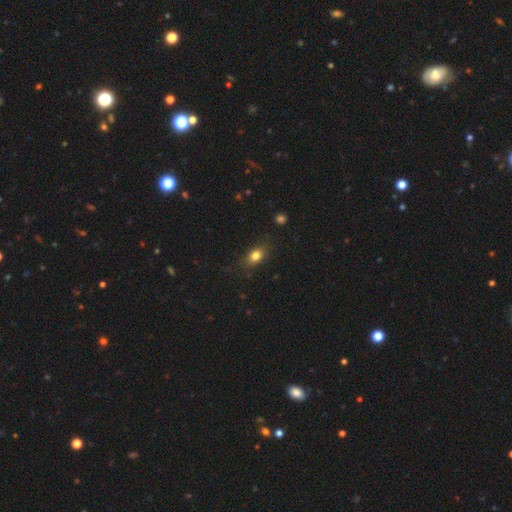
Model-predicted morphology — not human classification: This appears to be a smooth galaxy with no disk features (80%) that is in between round and cigar-shaped (76%). Merging: none (80%).